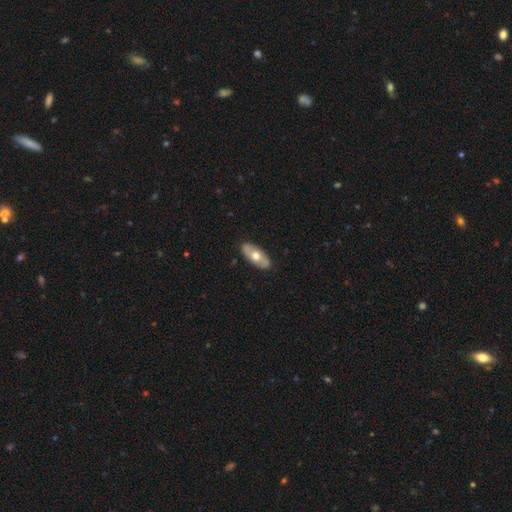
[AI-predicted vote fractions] Q: Smooth or featured?
A: smooth (56%); runner-up: featured or disk (39%)
Q: How rounded?
A: in between (88%); runner-up: cigar-shaped (9%)
Q: Merging?
A: none (87%); runner-up: minor disturbance (10%)